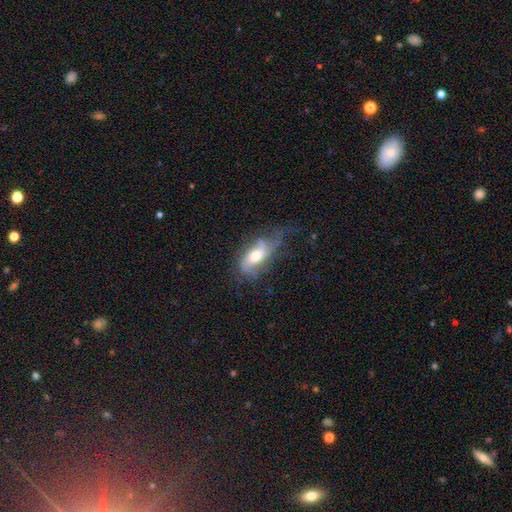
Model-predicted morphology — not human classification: Q: Smooth or featured?
A: featured or disk (59%); runner-up: smooth (33%)
Q: Edge-on disk?
A: no (86%); runner-up: yes (14%)
Q: Bar?
A: no (61%); runner-up: weak (28%)
Q: Spiral arms?
A: yes (76%); runner-up: no (24%)
Q: Bulge size?
A: moderate (68%); runner-up: large (18%)
Q: Merging?
A: none (39%); runner-up: minor disturbance (31%)